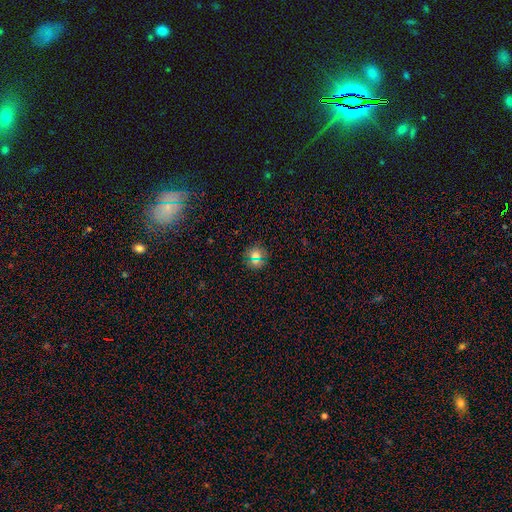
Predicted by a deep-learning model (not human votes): smooth_or_featured: smooth (p=0.68) [alt: star or artifact p=0.23]
how_rounded: round (p=0.93) [alt: in between p=0.05]
merging: none (p=0.88) [alt: minor disturbance p=0.07]